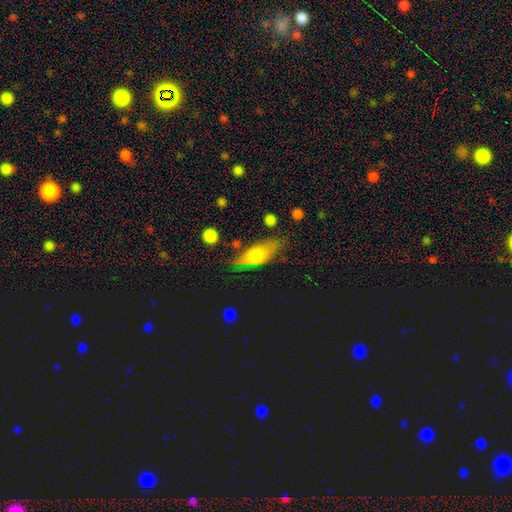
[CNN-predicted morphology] Smooth or featured? Predicted: smooth (p=0.59). How rounded? Predicted: in between (p=0.71). Merging? Predicted: none (p=0.64).